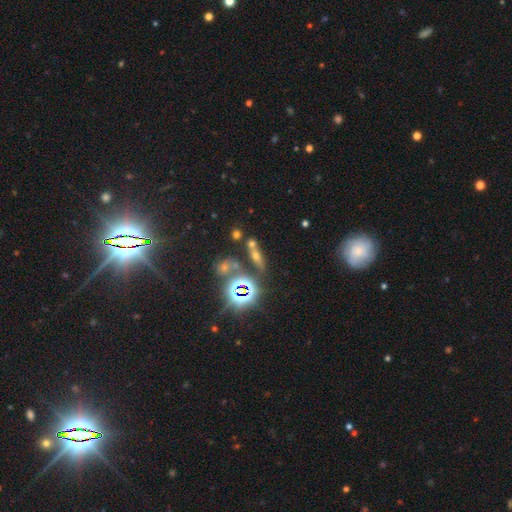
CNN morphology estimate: The model was most divided on "smooth or featured" (2-way tie): smooth: 38%, star or artifact: 38%, featured or disk: 24%. More confident: merging — none (60%).